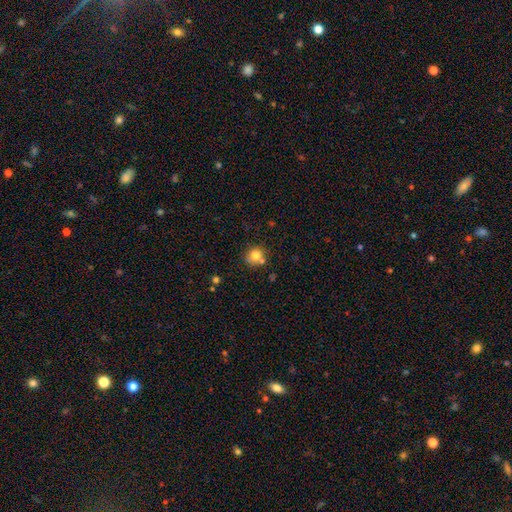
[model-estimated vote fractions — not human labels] A smooth galaxy with no disk features (77%) that is round (83%). Merging: none (61%).